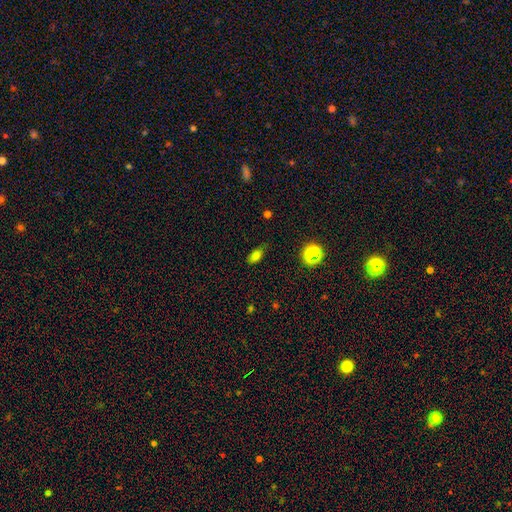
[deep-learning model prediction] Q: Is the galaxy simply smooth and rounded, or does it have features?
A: smooth — 77%.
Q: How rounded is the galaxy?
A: in between — 85%.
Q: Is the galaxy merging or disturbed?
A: none — 72%.